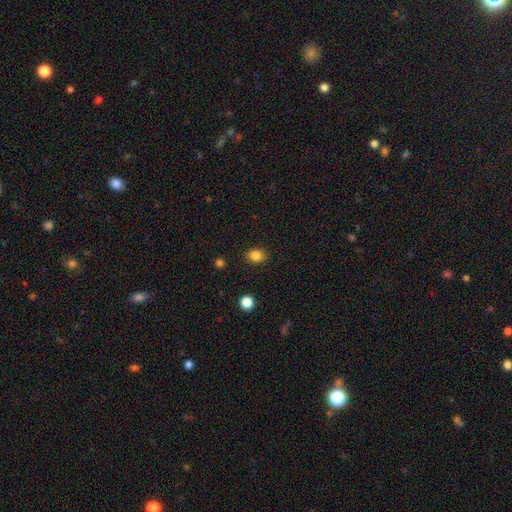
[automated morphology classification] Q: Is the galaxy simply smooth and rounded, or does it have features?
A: smooth — 84%.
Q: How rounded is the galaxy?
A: in between — 53%.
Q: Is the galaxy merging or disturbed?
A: none — 89%.